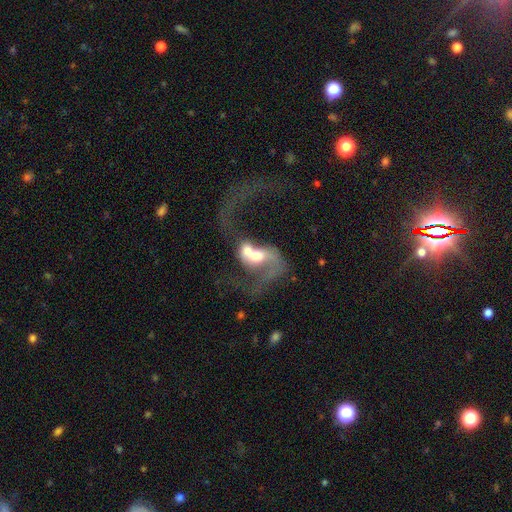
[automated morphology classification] Overall: featured or disk (64%; smooth 27%). Edge-on disk: no (96%). Bar: no (66%). Spiral arms: yes (66%; no 34%). Bulge size: moderate (47%; large 29%). Merging: merger (73%).